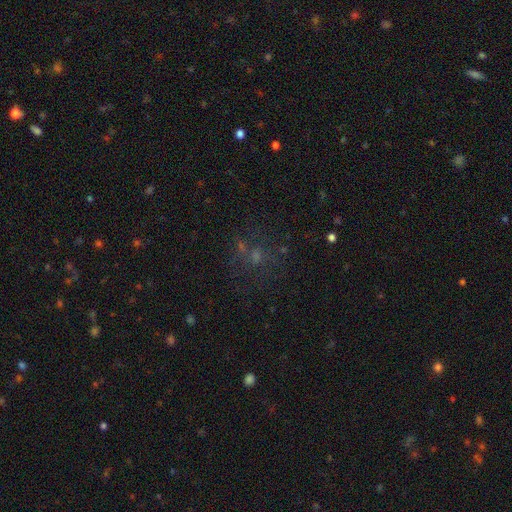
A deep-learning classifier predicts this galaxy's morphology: smooth-or-featured: star or artifact: 40% | smooth: 35% | featured or disk: 25%